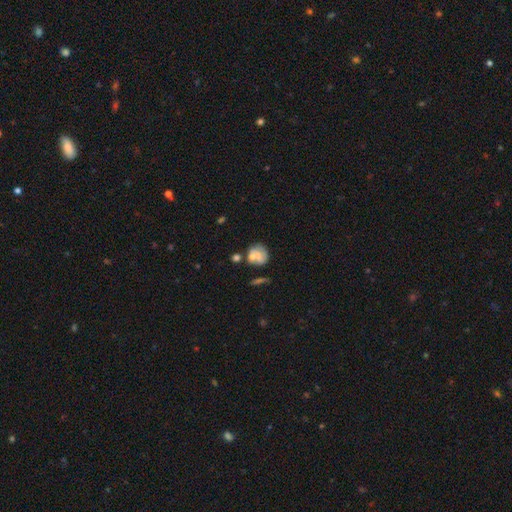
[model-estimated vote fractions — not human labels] Morphology: type=smooth (54%); roundness=round (70%); merging=none (43%).